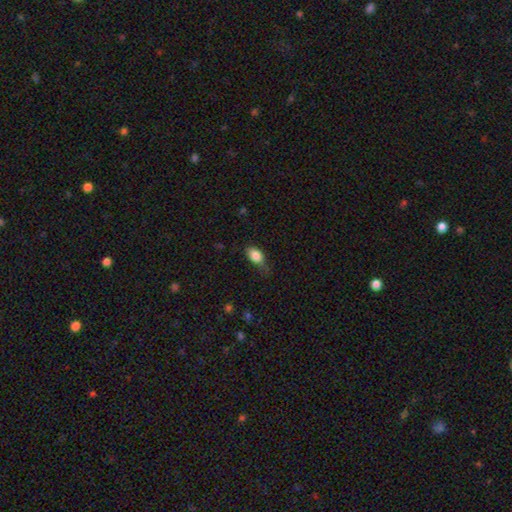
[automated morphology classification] Smooth or featured: smooth — 84% (featured or disk — 8%)
How rounded: in between — 84% (round — 13%)
Merging: none — 48% (minor disturbance — 36%)